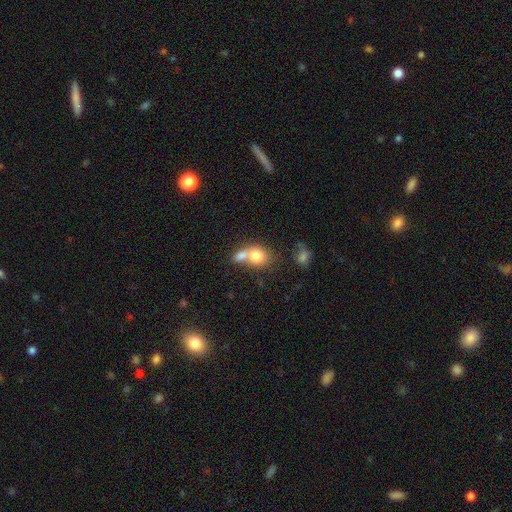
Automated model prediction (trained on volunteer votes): Smooth or featured? smooth (76%)
How rounded? round (54%)
Merging? merger (65%)